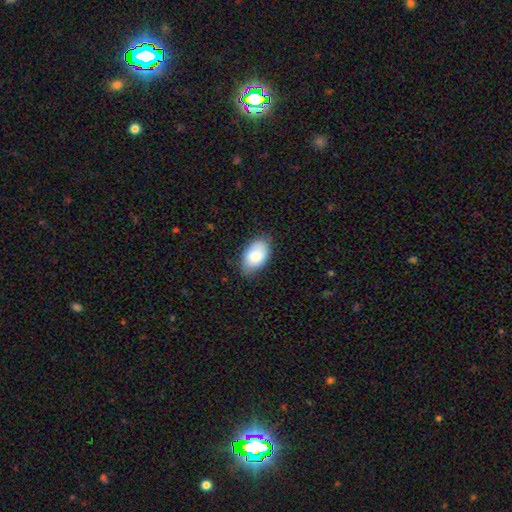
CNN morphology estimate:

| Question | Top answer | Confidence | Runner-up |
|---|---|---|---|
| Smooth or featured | smooth | 85% | featured or disk (9%) |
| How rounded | in between | 92% | round (7%) |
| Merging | none | 76% | minor disturbance (20%) |